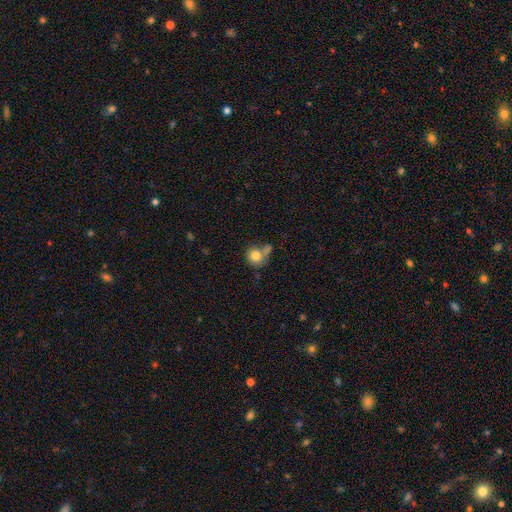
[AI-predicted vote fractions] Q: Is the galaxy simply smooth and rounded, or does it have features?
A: smooth — 81%.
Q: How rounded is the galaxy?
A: round — 86%.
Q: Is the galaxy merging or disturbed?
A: none — 47%.